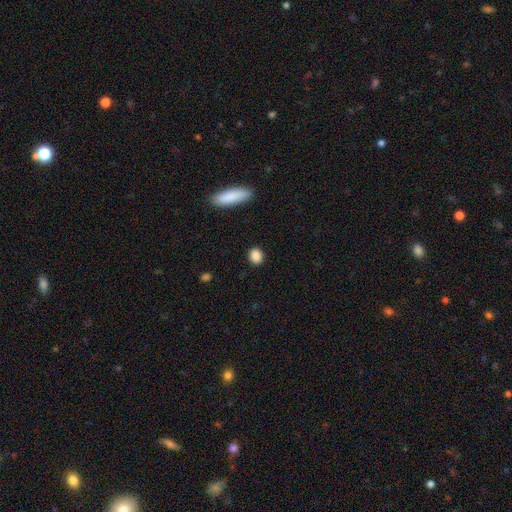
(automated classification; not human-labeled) smooth 88%, star or artifact 8%, featured or disk 4%. Down the decision tree: how rounded — round (50%); merging — none (87%).